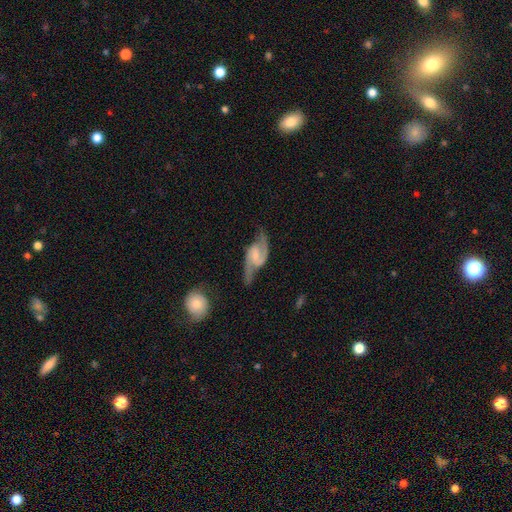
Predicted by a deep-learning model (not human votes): A featured or disk galaxy (88%) with a weak bar (52%), 2 (93%) medium (49%) spiral arms (97%) and a small central bulge (40%). Merging: none (67%).